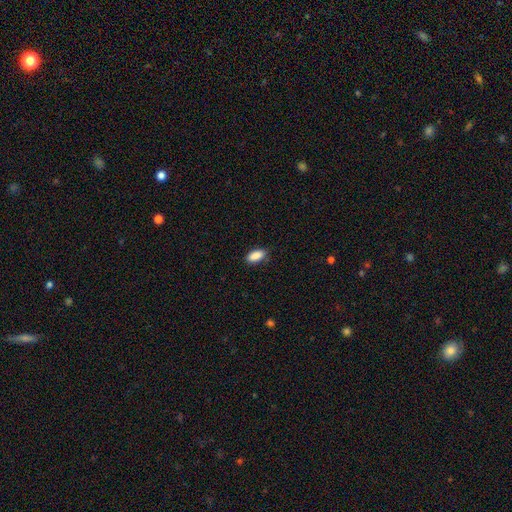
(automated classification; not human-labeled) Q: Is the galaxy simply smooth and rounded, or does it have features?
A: smooth — 90%.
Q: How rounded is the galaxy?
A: in between — 88%.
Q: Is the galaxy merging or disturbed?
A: none — 86%.